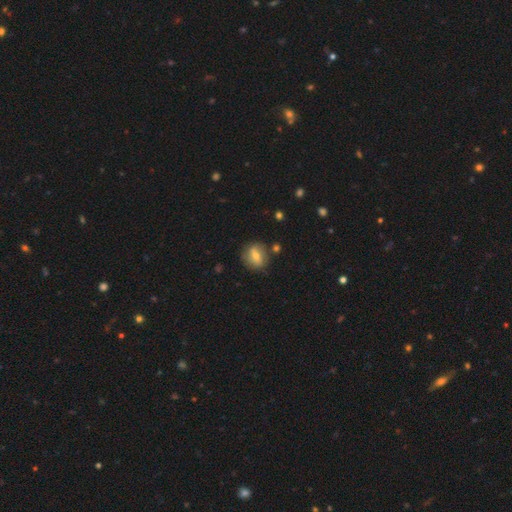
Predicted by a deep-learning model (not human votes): smooth_or_featured: smooth (p=0.56) [alt: featured or disk p=0.35]
how_rounded: round (p=0.67) [alt: in between p=0.31]
merging: none (p=0.76) [alt: minor disturbance p=0.15]